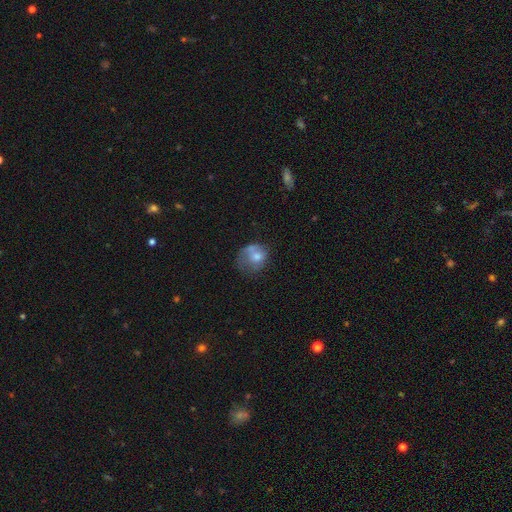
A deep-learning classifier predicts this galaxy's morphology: This appears to be a smooth galaxy with no disk features (63%) that is round (62%). Merging: none (32%).